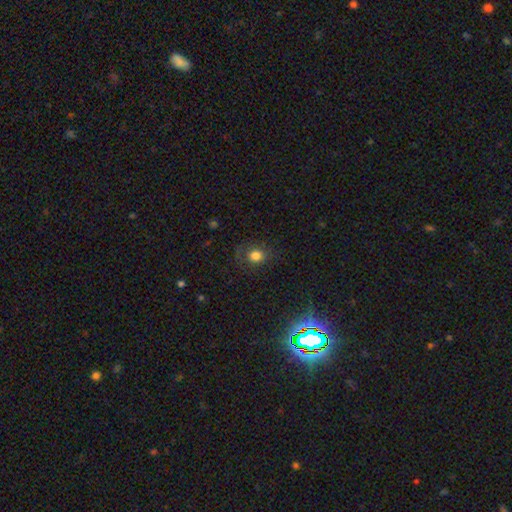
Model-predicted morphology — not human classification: Q: Smooth or featured?
A: smooth (78%); runner-up: star or artifact (14%)
Q: How rounded?
A: round (73%); runner-up: in between (26%)
Q: Merging?
A: none (77%); runner-up: minor disturbance (14%)